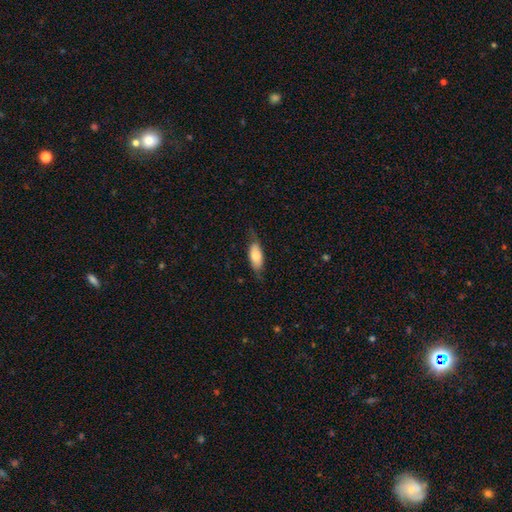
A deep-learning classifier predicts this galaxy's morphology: type=smooth (74%); roundness=in between (79%); merging=none (67%).